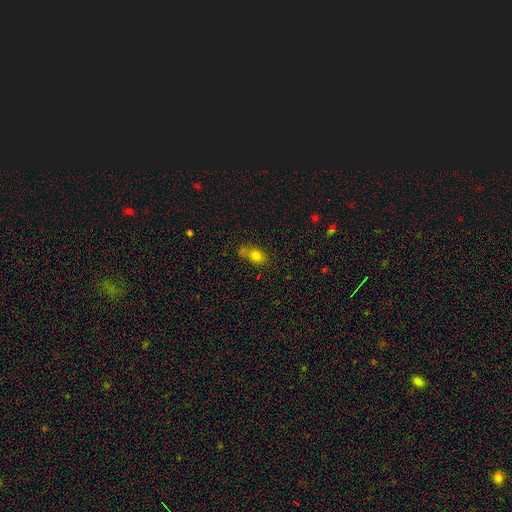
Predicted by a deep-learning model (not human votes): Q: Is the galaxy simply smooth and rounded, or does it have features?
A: smooth — 77%.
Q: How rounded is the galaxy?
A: in between — 73%.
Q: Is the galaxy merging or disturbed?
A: none — 50%.